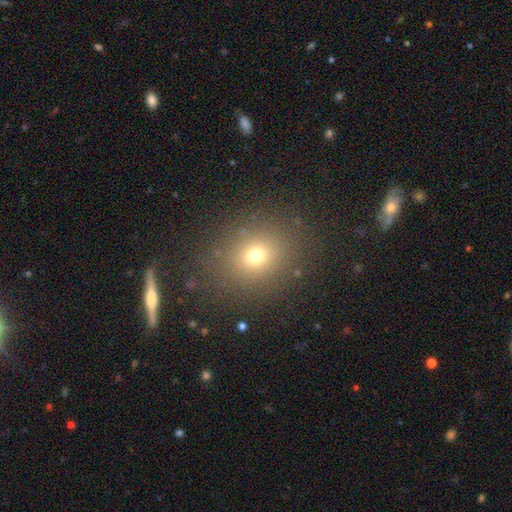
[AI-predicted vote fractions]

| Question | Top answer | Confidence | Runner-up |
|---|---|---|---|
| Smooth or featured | smooth | 69% | star or artifact (20%) |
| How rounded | round | 68% | in between (31%) |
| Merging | none | 84% | minor disturbance (9%) |